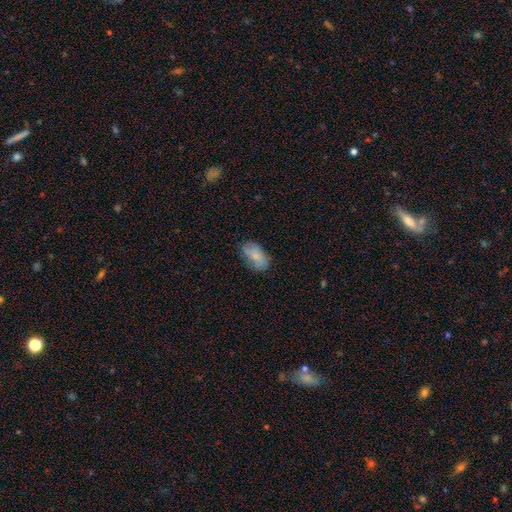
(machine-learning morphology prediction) smooth_or_featured: smooth (p=0.75) [alt: featured or disk p=0.18]
how_rounded: in between (p=0.92) [alt: round p=0.06]
merging: none (p=0.70) [alt: minor disturbance p=0.22]